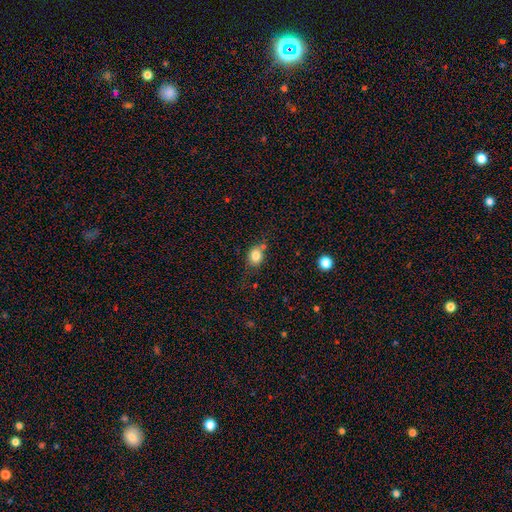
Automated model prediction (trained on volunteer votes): smooth 82%, star or artifact 10%, featured or disk 8%. Down the decision tree: how rounded — round (56%); merging — none (64%).